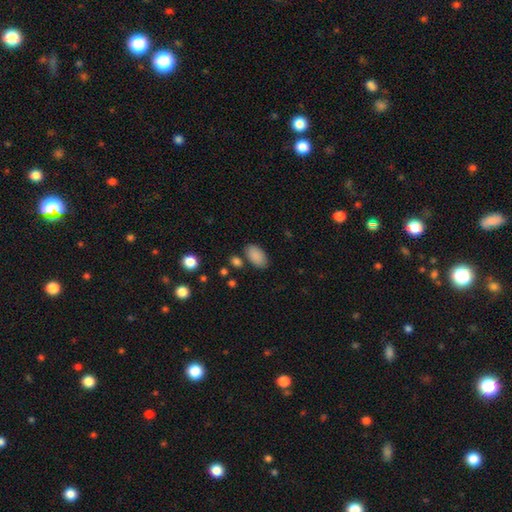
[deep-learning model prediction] Q: Smooth or featured?
A: smooth (88%); runner-up: star or artifact (8%)
Q: How rounded?
A: in between (94%); runner-up: round (5%)
Q: Merging?
A: none (80%); runner-up: minor disturbance (12%)